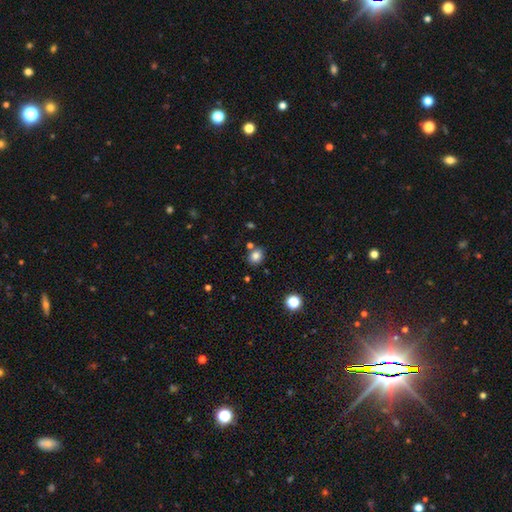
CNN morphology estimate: smooth_or_featured: smooth (p=0.82) [alt: star or artifact p=0.12]
how_rounded: round (p=0.61) [alt: in between p=0.38]
merging: none (p=0.78) [alt: minor disturbance p=0.10]